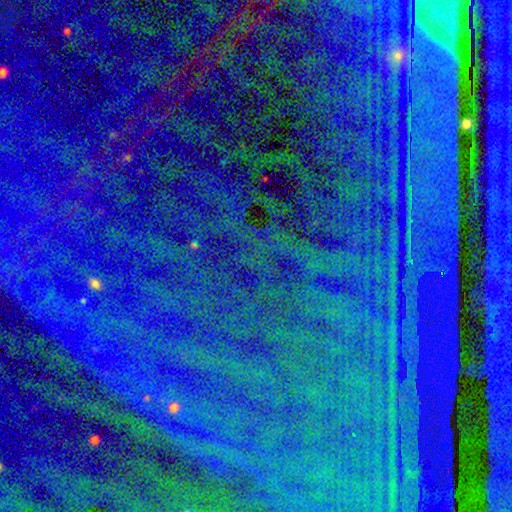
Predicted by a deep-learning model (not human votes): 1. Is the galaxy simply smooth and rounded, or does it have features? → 87% star or artifact, 7% smooth, 7% featured or disk.